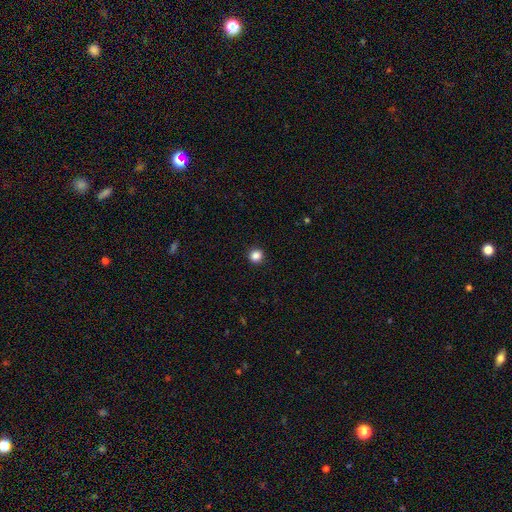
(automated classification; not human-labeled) Smooth or featured: smooth — 86% (star or artifact — 11%)
How rounded: round — 91% (in between — 8%)
Merging: none — 93% (minor disturbance — 5%)